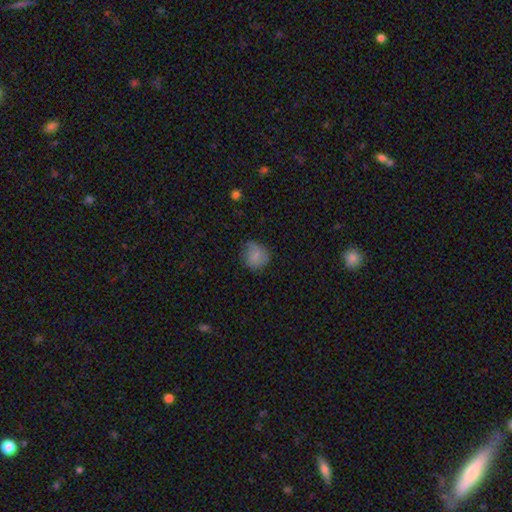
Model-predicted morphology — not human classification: This is likely a smooth galaxy (78%). How rounded: likely round (76%). Merging: likely none (65%).